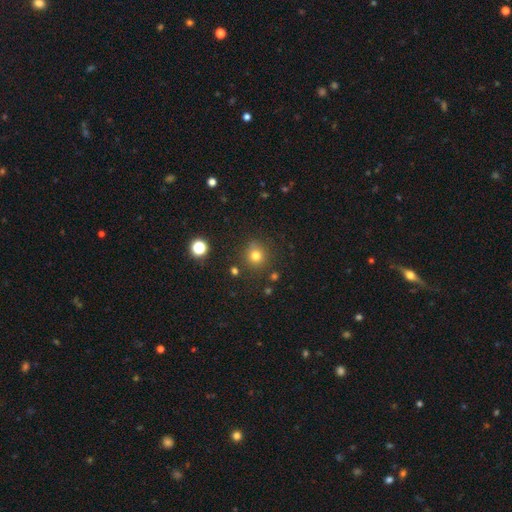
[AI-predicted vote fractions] smooth 77%, star or artifact 16%, featured or disk 7%. Down the decision tree: how rounded — round (89%); merging — none (84%).